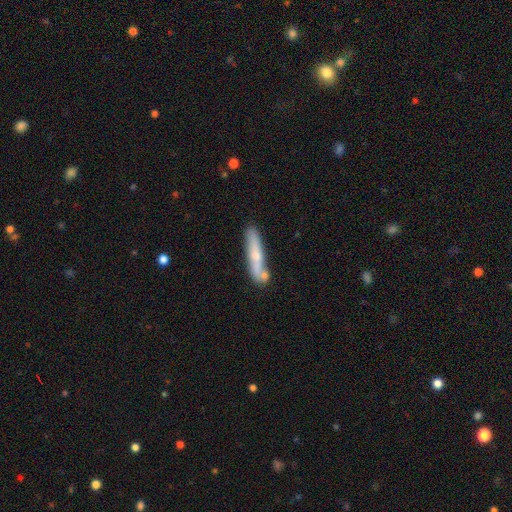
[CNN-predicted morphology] A smooth galaxy with no disk features (55%) that is cigar-shaped (88%). Merging: none (66%).